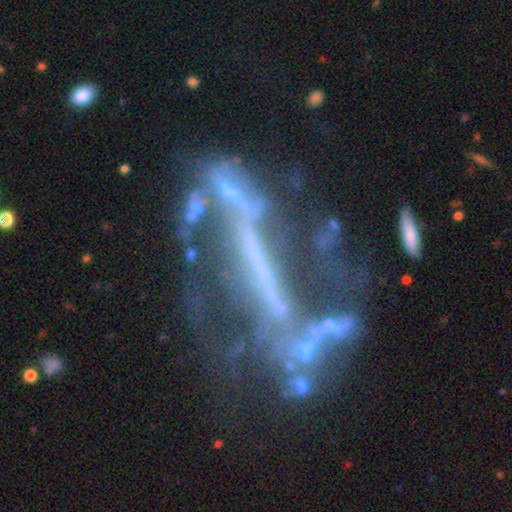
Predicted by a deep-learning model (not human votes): This appears to be a featured or disk galaxy (72%). Merging: none (35%).